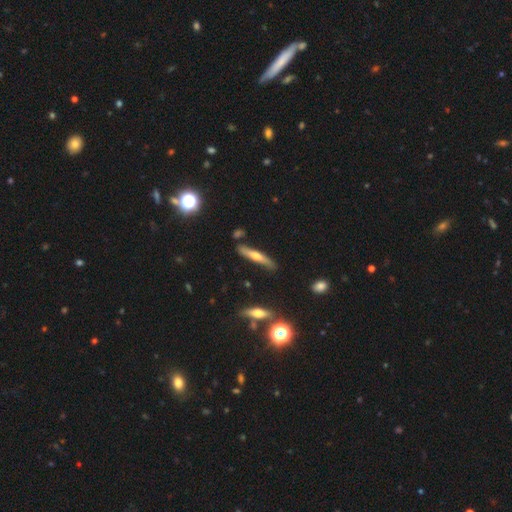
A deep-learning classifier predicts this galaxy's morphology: The model was most divided on "smooth or featured": featured or disk: 47%, smooth: 46%, star or artifact: 7%. More confident: merging — none (81%).